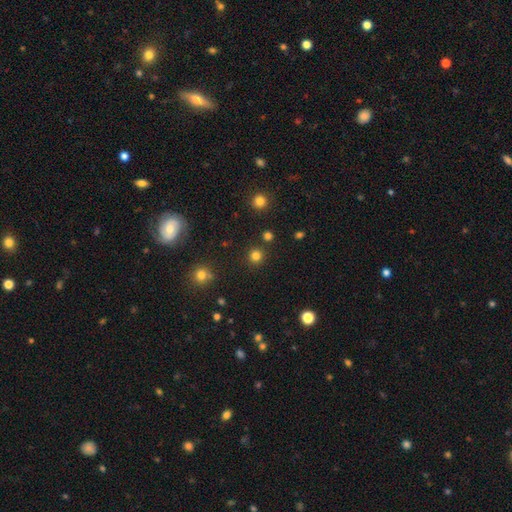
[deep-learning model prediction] This is likely a smooth galaxy (80%). How rounded: clearly round (94%). Merging: clearly none (89%).